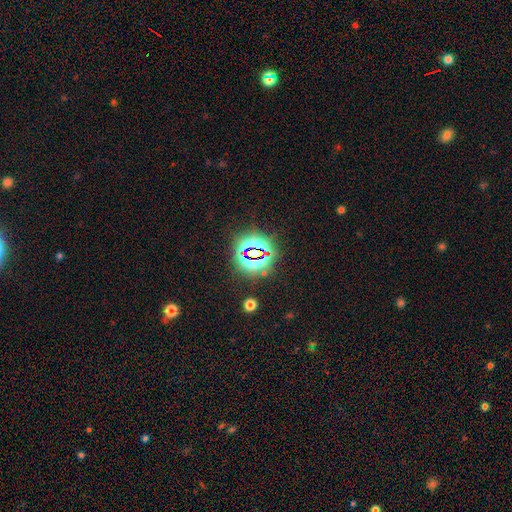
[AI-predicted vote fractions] Overall: star or artifact (76%).